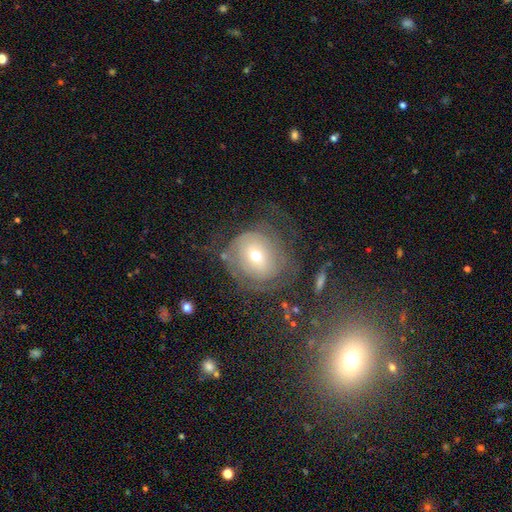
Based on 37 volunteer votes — Smooth or featured? featured or disk (73%)
Edge-on disk? no (100%)
Bar? no (74%)
Spiral arms? yes (78%)
Spiral winding? tight (71%)
Spiral arm count? 2 (43%)
Bulge size? small (52%)
Merging? none (66%)